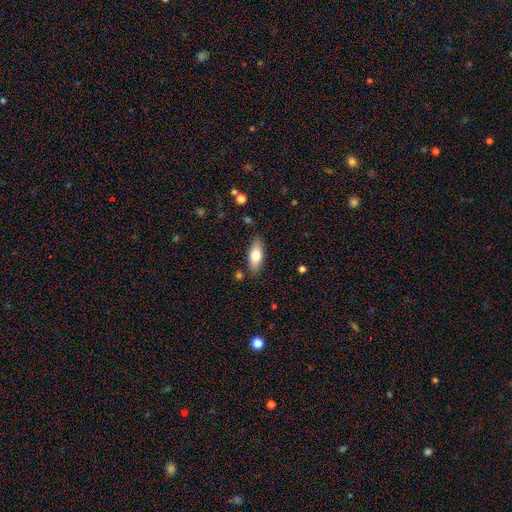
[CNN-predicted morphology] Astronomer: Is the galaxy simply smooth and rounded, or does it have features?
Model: smooth — 75%.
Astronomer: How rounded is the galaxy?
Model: in between — 82%.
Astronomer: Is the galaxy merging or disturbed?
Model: none — 84%.